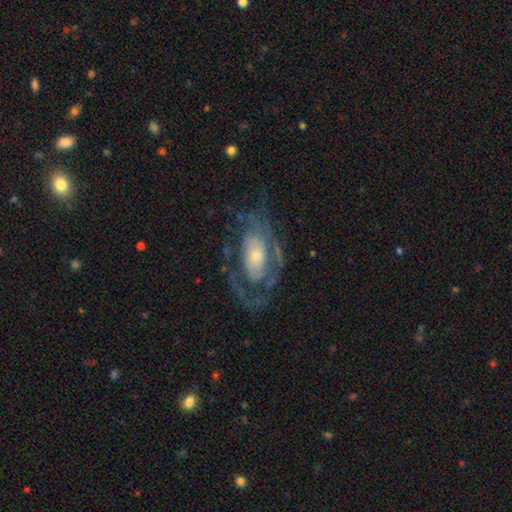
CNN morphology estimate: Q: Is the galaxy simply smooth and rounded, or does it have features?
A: featured or disk — 77%.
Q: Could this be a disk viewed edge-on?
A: no — 94%.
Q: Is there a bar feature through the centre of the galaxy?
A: no — 68%.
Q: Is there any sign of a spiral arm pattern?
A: yes — 78%.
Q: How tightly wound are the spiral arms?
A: tight — 43%.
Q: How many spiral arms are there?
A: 2 — 40%.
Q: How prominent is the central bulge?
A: small — 53%.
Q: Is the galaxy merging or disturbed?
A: none — 54%.